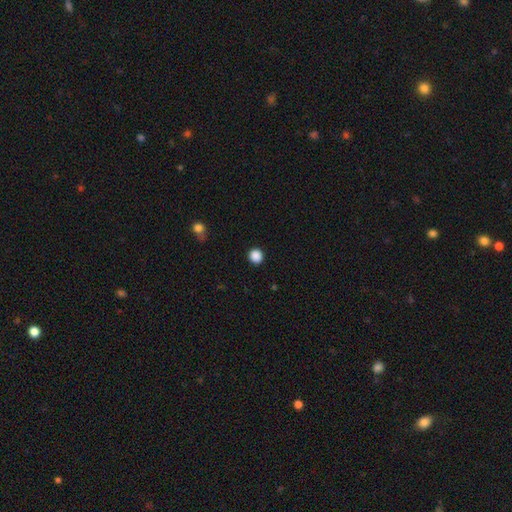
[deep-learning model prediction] The model was most divided on "smooth or featured": smooth: 88%, star or artifact: 10%, featured or disk: 2%. More confident: merging — none (92%); how rounded — round (91%).